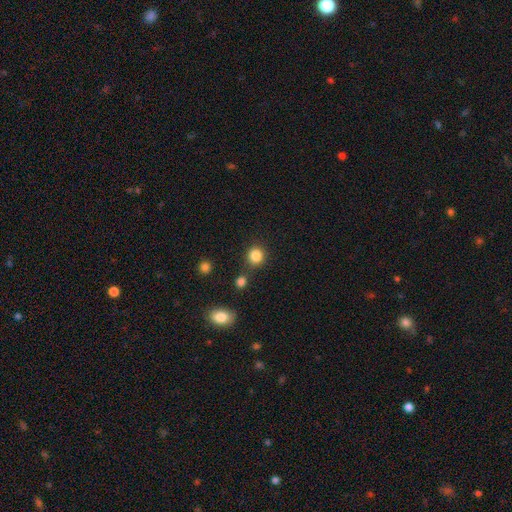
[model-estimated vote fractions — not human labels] A smooth galaxy with no disk features (84%) that is round (90%).

Vote fractions:
- Smooth or featured? smooth: 84% / star or artifact: 11% / featured or disk: 4%
- How rounded? round: 90% / in between: 9% / cigar-shaped: 1%
- Merging? none: 82% / minor disturbance: 8% / merger: 7% / major disturbance: 3%